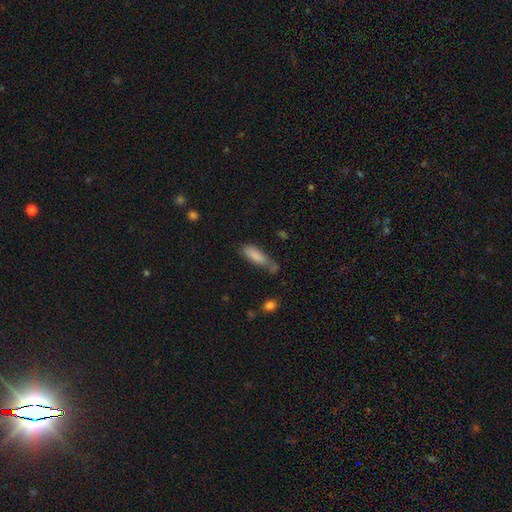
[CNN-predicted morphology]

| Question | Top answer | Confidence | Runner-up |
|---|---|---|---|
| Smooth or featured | smooth | 83% | featured or disk (10%) |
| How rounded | in between | 52% | cigar-shaped (47%) |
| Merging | none | 48% | minor disturbance (29%) |